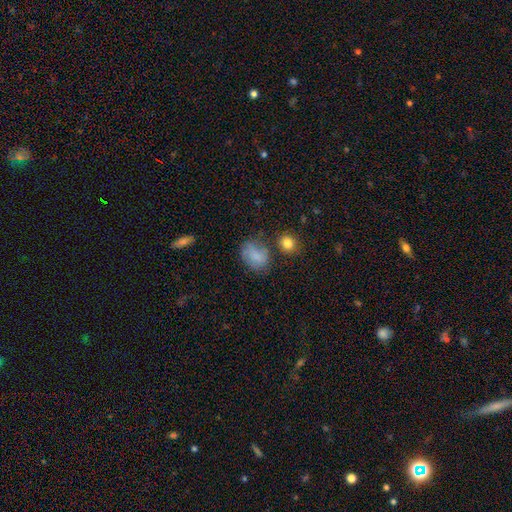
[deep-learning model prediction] A smooth galaxy with no disk features (74%) that is in between round and cigar-shaped (65%).

Vote fractions:
- Smooth or featured? smooth: 74% / featured or disk: 16% / star or artifact: 11%
- How rounded? in between: 65% / round: 33% / cigar-shaped: 1%
- Merging? none: 56% / minor disturbance: 27% / major disturbance: 11% / merger: 6%